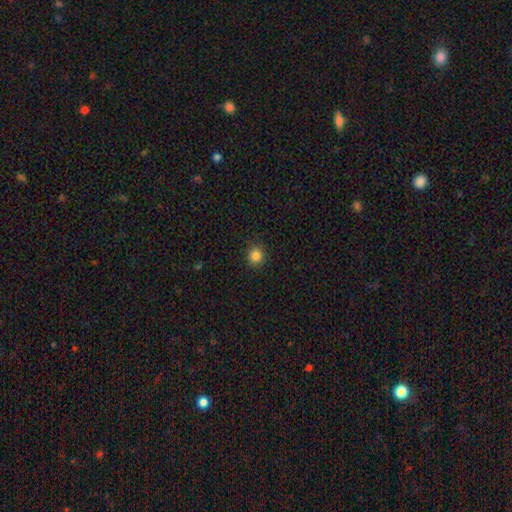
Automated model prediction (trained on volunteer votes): Overall: smooth (84%). How rounded: round (91%). Merging: none (91%).